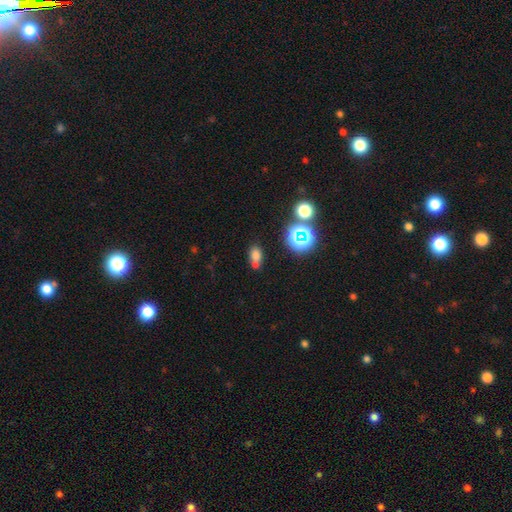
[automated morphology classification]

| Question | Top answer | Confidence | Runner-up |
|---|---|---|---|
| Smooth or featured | smooth | 68% | star or artifact (20%) |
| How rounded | in between | 76% | round (20%) |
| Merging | none | 50% | merger (24%) |